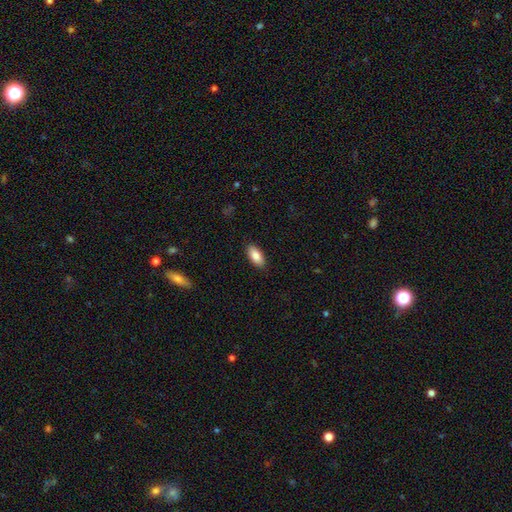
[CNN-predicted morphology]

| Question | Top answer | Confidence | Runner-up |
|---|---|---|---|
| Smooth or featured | smooth | 85% | featured or disk (9%) |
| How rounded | in between | 91% | cigar-shaped (7%) |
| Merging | none | 89% | minor disturbance (8%) |